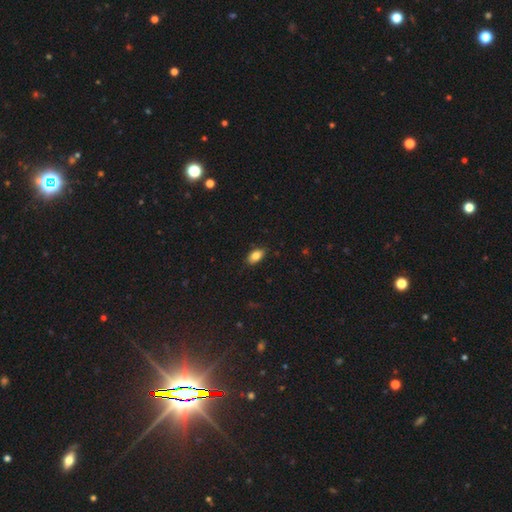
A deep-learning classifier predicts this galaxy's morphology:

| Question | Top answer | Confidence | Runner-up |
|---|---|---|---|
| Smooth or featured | smooth | 84% | featured or disk (8%) |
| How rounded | in between | 91% | round (5%) |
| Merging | none | 86% | minor disturbance (11%) |